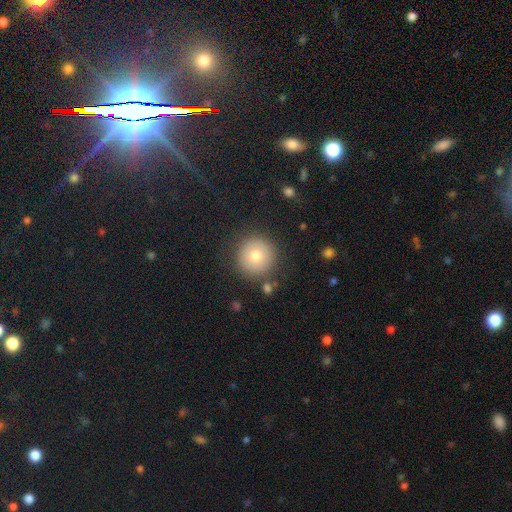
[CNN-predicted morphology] Overall: smooth (77%). How rounded: round (96%). Merging: none (88%).